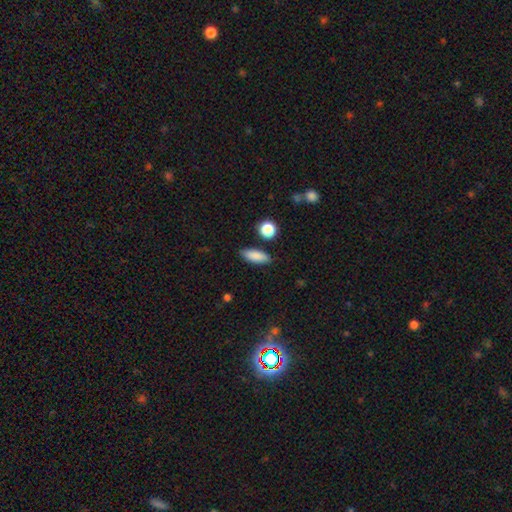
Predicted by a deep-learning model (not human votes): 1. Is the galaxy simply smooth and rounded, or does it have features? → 86% smooth, 8% star or artifact, 6% featured or disk.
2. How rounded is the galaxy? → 67% in between, 30% cigar-shaped, 4% round.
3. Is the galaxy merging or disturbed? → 87% none, 9% minor disturbance, 2% merger, 2% major disturbance.